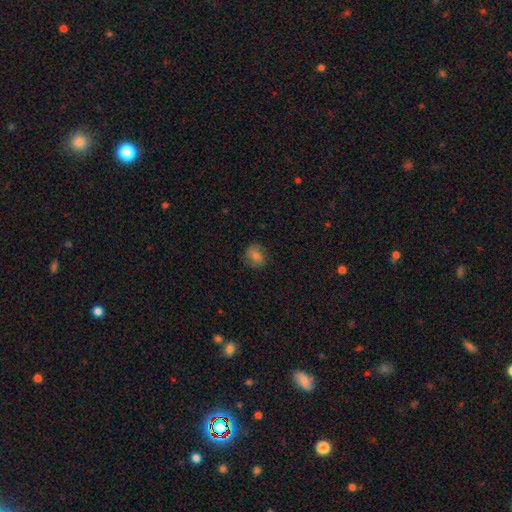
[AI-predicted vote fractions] smooth-or-featured: smooth: 71% | featured or disk: 16% | star or artifact: 13%
  how-rounded: round: 57% | in between: 42% | cigar-shaped: 2%
  merging: none: 81% | minor disturbance: 14% | major disturbance: 4% | merger: 1%